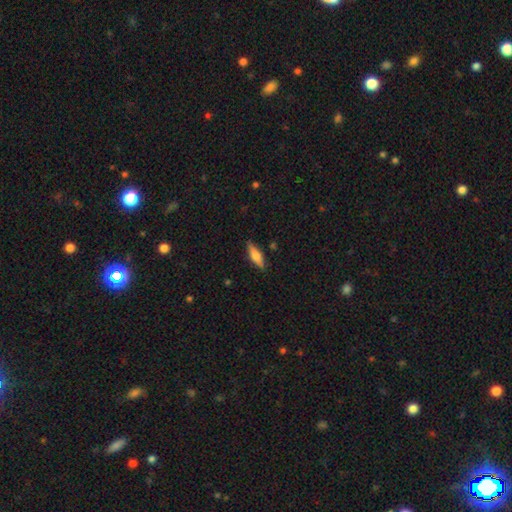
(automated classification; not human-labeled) smooth_or_featured: smooth (p=0.60) [alt: featured or disk p=0.33]
how_rounded: cigar-shaped (p=0.55) [alt: in between p=0.42]
merging: none (p=0.85) [alt: minor disturbance p=0.12]